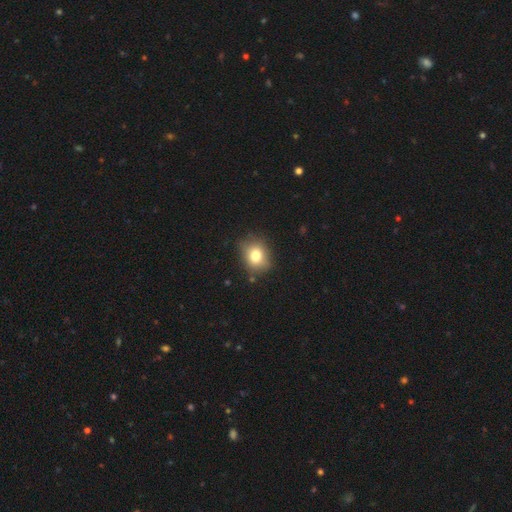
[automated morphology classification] smooth 77%, featured or disk 11%, star or artifact 11%. Down the decision tree: how rounded — round (56%); merging — none (77%).